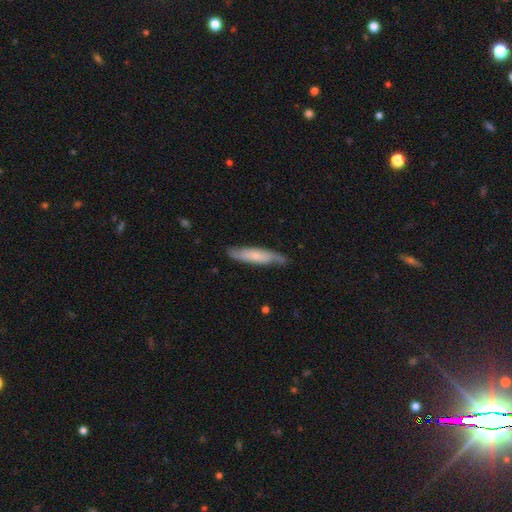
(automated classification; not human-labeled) Overall: featured or disk (49%; smooth 46%). Merging: none (78%).